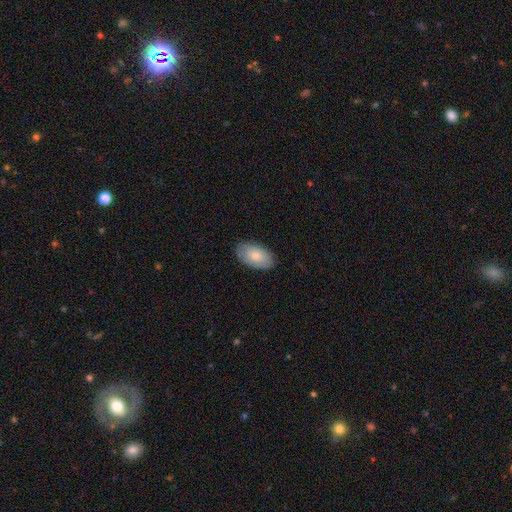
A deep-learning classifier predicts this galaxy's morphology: This appears to be a smooth galaxy with no disk features (79%) that is in between round and cigar-shaped (95%). Merging: none (83%).